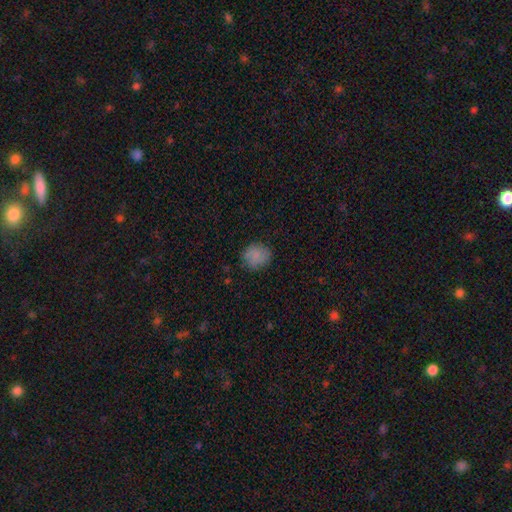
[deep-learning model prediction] Smooth or featured? Predicted: smooth (p=0.80). How rounded? Predicted: round (p=0.76). Merging? Predicted: none (p=0.78).